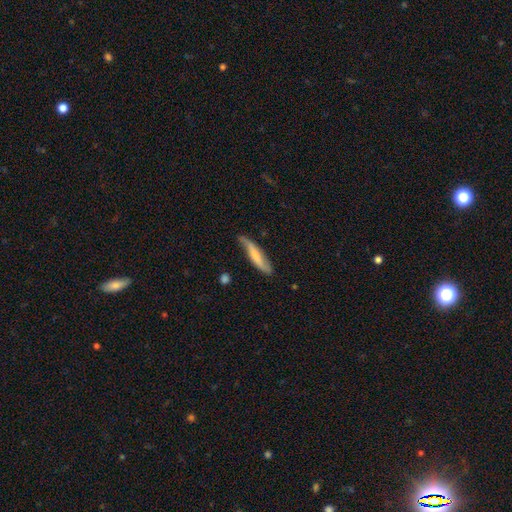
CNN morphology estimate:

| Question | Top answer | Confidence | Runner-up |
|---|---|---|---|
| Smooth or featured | featured or disk | 51% | smooth (43%) |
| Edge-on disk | no | 55% | yes (45%) |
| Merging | none | 67% | minor disturbance (25%) |